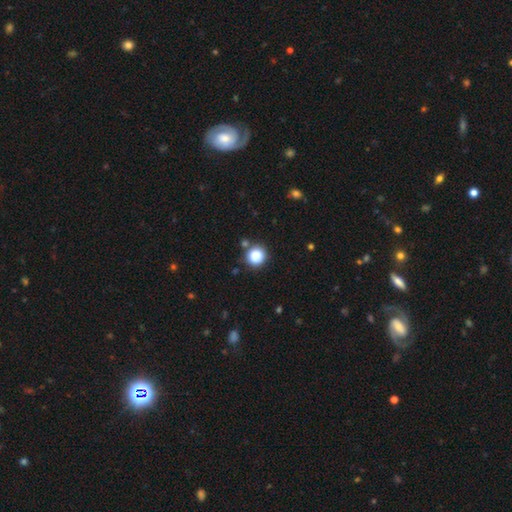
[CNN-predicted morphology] smooth 84%, star or artifact 11%, featured or disk 5%. Down the decision tree: how rounded — round (90%); merging — none (78%).